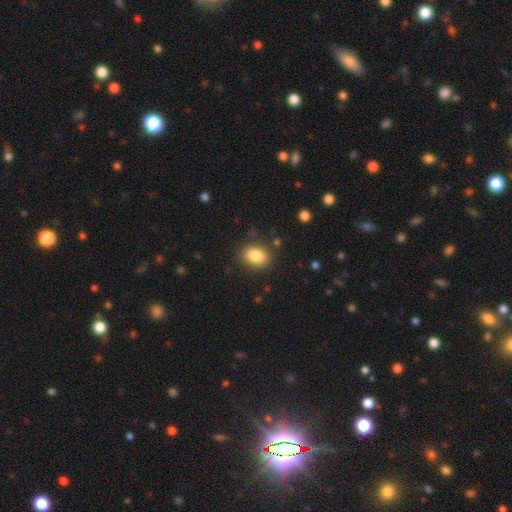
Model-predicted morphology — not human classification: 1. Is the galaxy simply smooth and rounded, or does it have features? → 85% smooth, 9% star or artifact, 6% featured or disk.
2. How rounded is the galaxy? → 61% in between, 38% round, 1% cigar-shaped.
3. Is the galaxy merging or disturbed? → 85% none, 10% minor disturbance, 3% major disturbance, 2% merger.